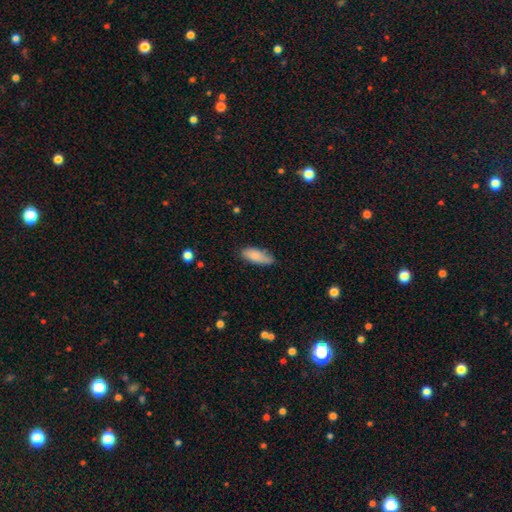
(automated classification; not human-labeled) Smooth or featured? smooth (84%)
How rounded? in between (74%)
Merging? none (70%)